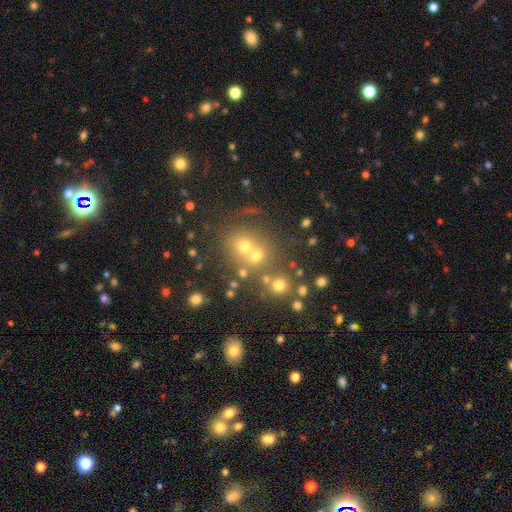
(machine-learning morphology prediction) type=smooth (62%); roundness=round (77%); merging=none (46%).